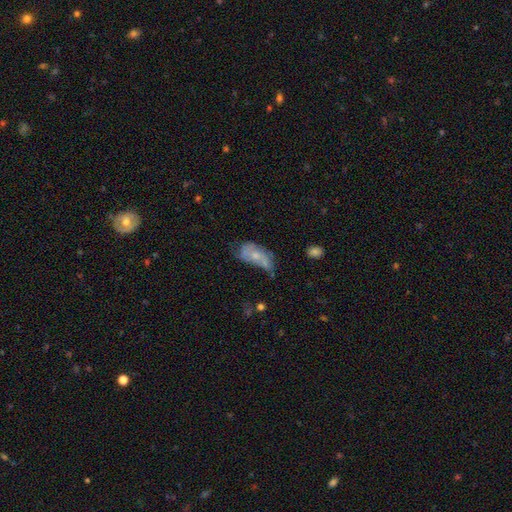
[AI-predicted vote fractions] The model was most divided on "merging": minor disturbance: 34%, none: 31%, major disturbance: 27%, merger: 8%. Remaining: smooth or featured — featured or disk (48%).